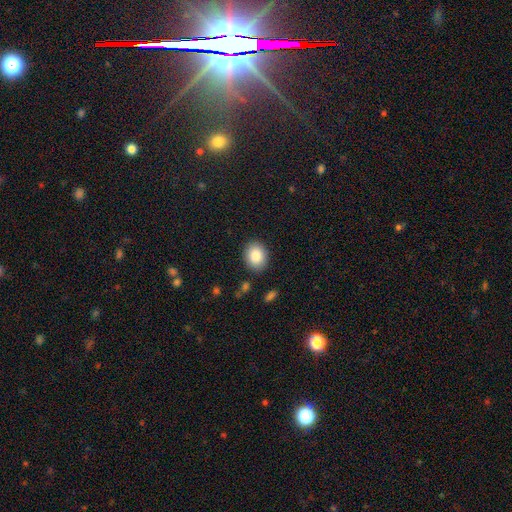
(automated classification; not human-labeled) Morphology: type=smooth (86%); roundness=in between (50%); merging=none (88%).